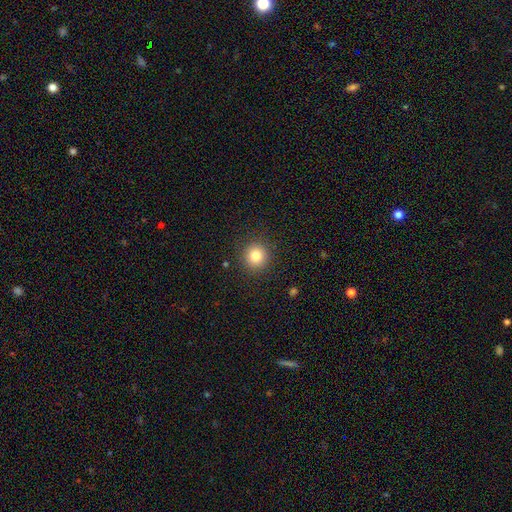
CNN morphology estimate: Smooth or featured? smooth (81%)
How rounded? round (93%)
Merging? none (90%)